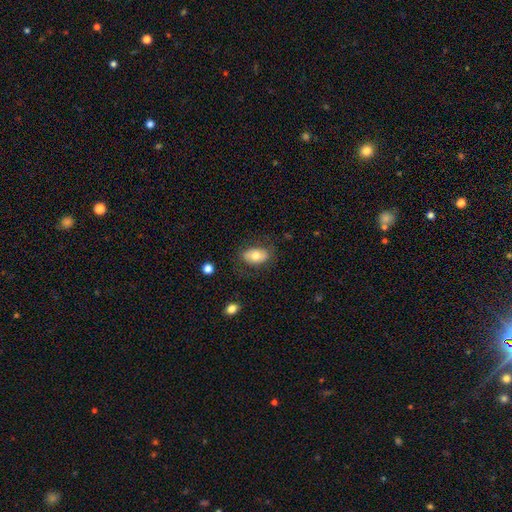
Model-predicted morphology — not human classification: Q: Smooth or featured?
A: smooth (69%); runner-up: featured or disk (23%)
Q: How rounded?
A: in between (89%); runner-up: round (10%)
Q: Merging?
A: none (75%); runner-up: minor disturbance (16%)